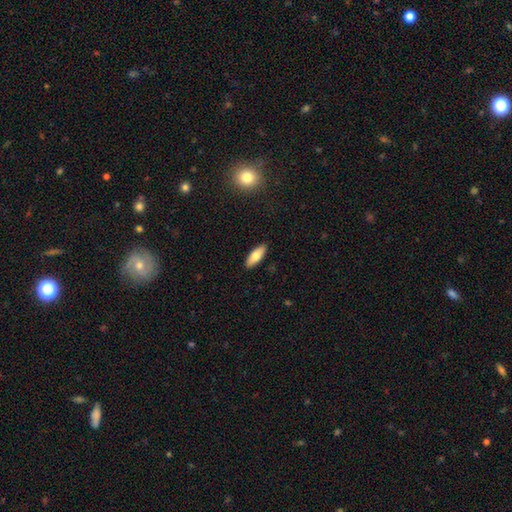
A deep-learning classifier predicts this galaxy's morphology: Smooth or featured? Predicted: smooth (p=0.76). How rounded? Predicted: in between (p=0.71). Merging? Predicted: none (p=0.89).